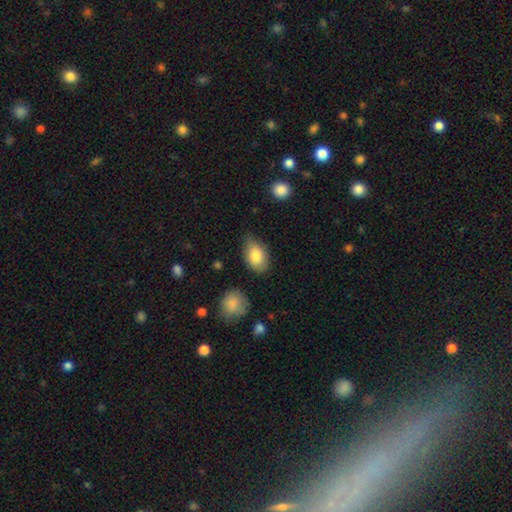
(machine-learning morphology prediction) Smooth or featured? smooth (83%)
How rounded? in between (88%)
Merging? none (66%)